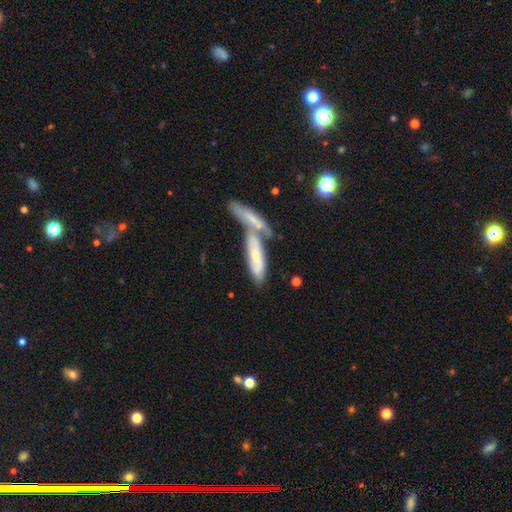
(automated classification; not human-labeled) The model was most divided on "smooth or featured": smooth: 50%, featured or disk: 42%, star or artifact: 8%. More confident: how rounded — cigar-shaped (67%); merging — merger (52%).